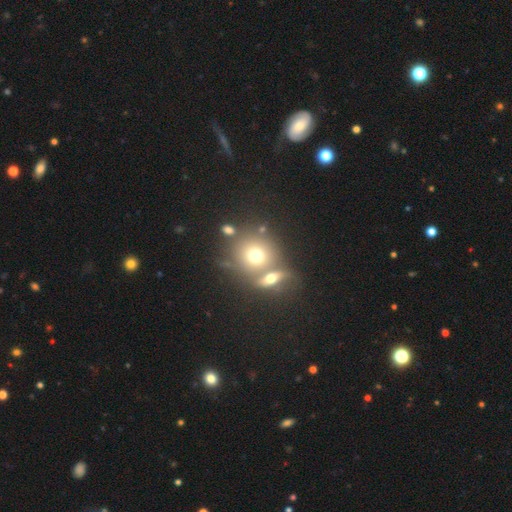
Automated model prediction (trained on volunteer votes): smooth 68%, featured or disk 20%, star or artifact 12%. Down the decision tree: how rounded — round (83%); merging — none (49%).